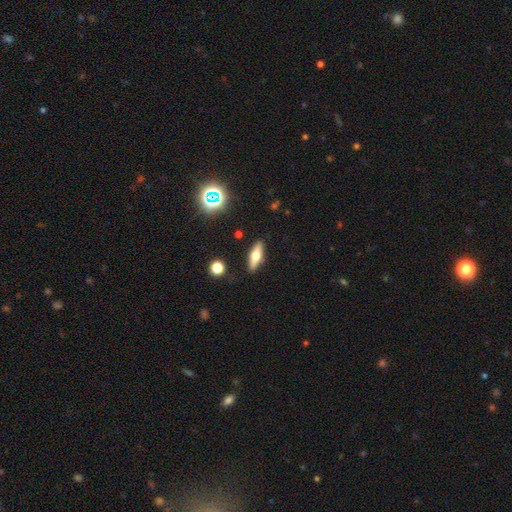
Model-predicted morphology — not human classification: smooth-or-featured: featured or disk: 46% | smooth: 45% | star or artifact: 9%
  merging: none: 88% | minor disturbance: 9% | major disturbance: 2% | merger: 2%